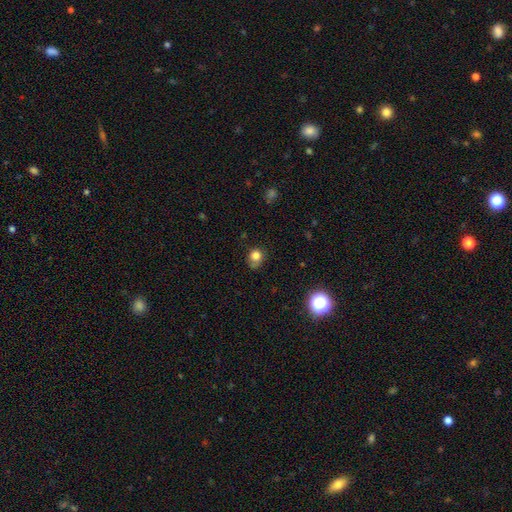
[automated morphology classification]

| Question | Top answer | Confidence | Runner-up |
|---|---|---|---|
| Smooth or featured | smooth | 79% | star or artifact (12%) |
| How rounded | round | 67% | in between (32%) |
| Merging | none | 53% | minor disturbance (32%) |